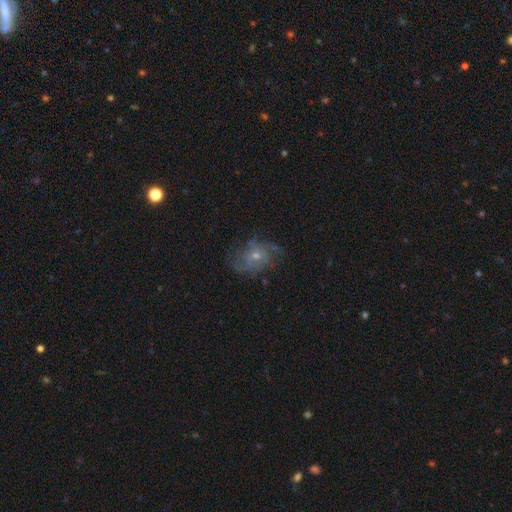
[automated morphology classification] This appears to be a featured or disk galaxy (64%) with no bar (78%), spiral arms (80%) and a small central bulge (57%). Merging: none (65%).